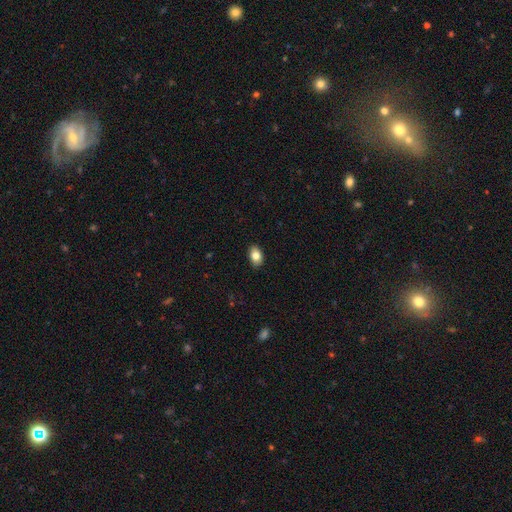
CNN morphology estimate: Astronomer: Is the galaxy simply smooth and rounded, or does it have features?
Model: smooth — 82%.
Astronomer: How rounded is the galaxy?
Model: in between — 86%.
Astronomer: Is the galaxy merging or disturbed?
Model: none — 88%.